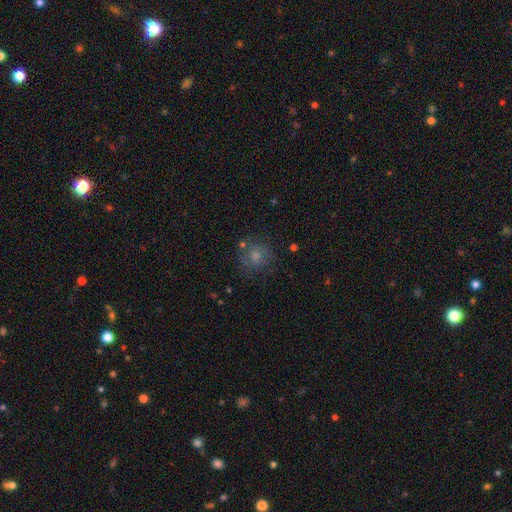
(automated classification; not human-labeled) smooth 54%, star or artifact 26%, featured or disk 20%. Down the decision tree: how rounded — round (85%); merging — none (77%).